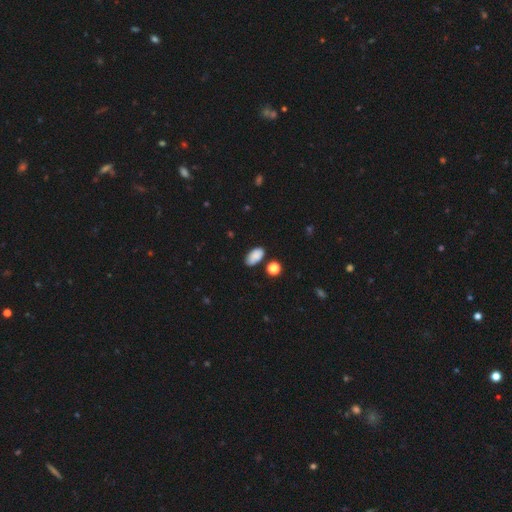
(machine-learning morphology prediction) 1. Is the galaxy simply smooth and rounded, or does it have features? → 82% smooth, 10% star or artifact, 8% featured or disk.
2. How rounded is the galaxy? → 92% in between, 6% round, 2% cigar-shaped.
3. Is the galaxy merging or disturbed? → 69% none, 20% minor disturbance, 6% merger, 5% major disturbance.